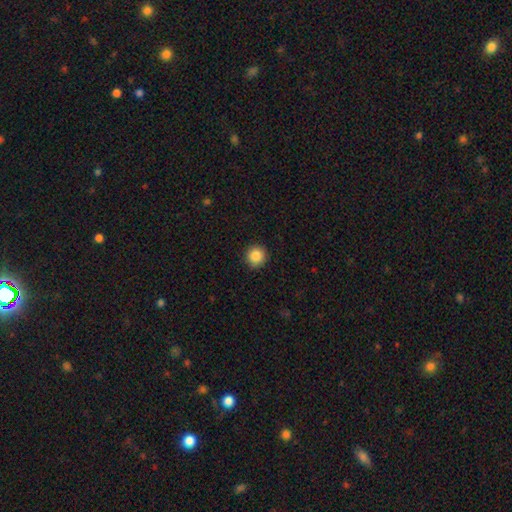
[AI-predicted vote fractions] Smooth or featured? smooth (86%)
How rounded? round (93%)
Merging? none (91%)